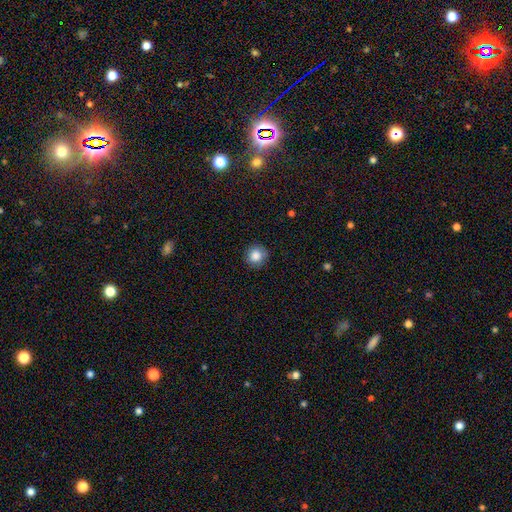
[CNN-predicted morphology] type=smooth (85%); roundness=round (93%); merging=none (86%).